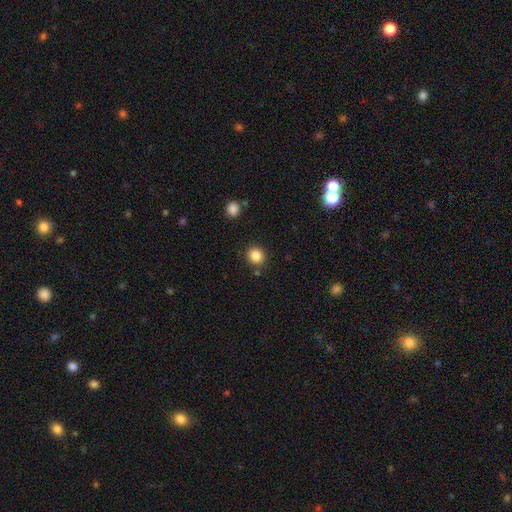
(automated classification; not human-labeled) smooth_or_featured: smooth (p=0.85) [alt: star or artifact p=0.11]
how_rounded: round (p=0.87) [alt: in between p=0.12]
merging: none (p=0.85) [alt: minor disturbance p=0.08]